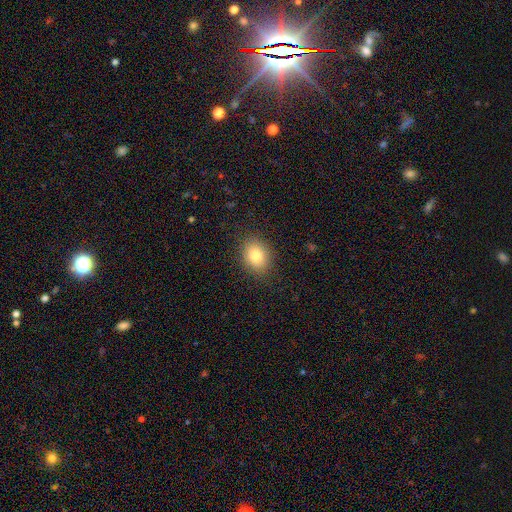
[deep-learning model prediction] smooth_or_featured: smooth (p=0.82) [alt: star or artifact p=0.10]
how_rounded: in between (p=0.59) [alt: round p=0.40]
merging: none (p=0.87) [alt: minor disturbance p=0.09]